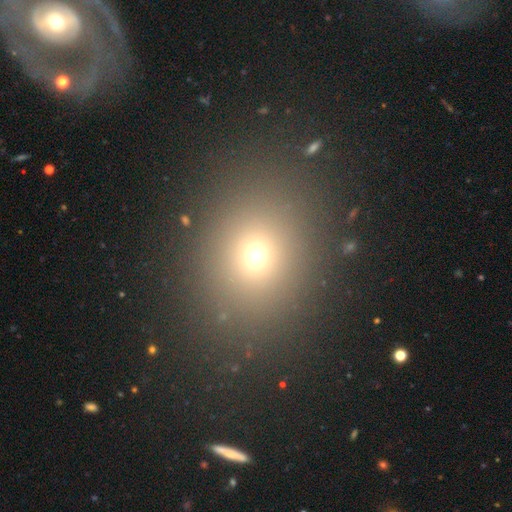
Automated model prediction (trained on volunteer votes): The model was most divided on "how rounded": round: 60%, in between: 39%, cigar-shaped: 1%. More confident: merging — none (87%); smooth or featured — smooth (66%).